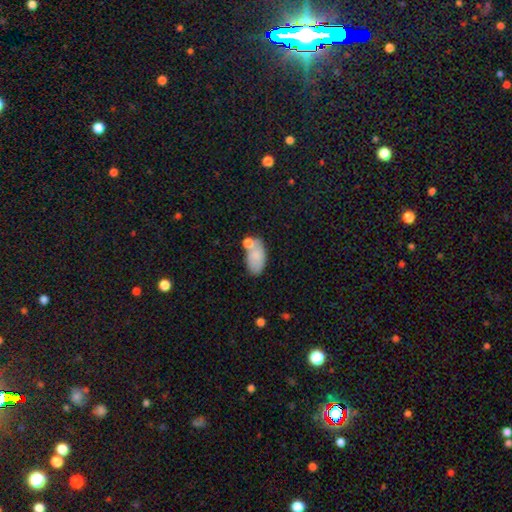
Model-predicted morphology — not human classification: This is likely a smooth galaxy (80%). How rounded: clearly in between (94%). Merging: possibly none (50%).